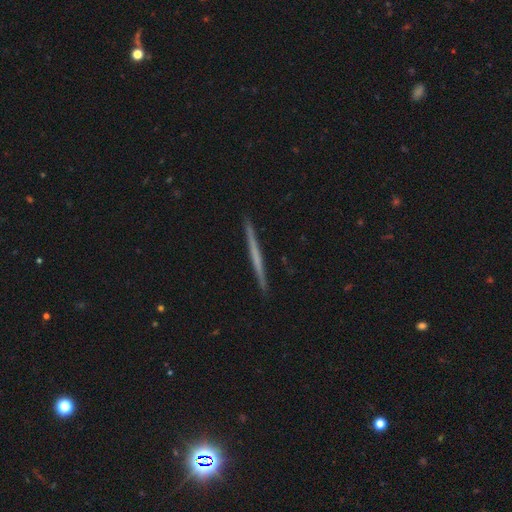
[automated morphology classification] type=featured or disk (55%); edge-on=yes (98%); edge-on bulge=none (90%); merging=none (93%).